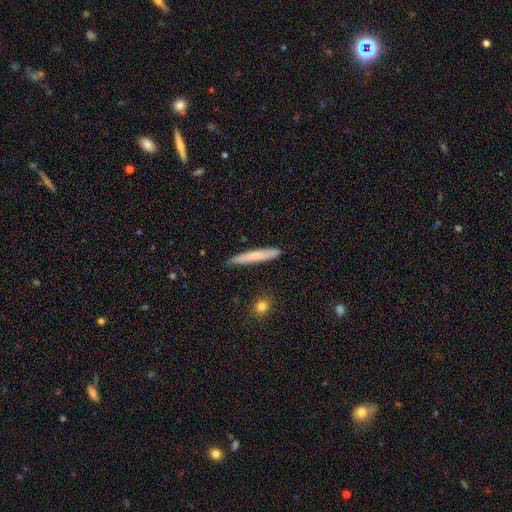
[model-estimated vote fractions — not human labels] Smooth or featured?
  - smooth: 68% *
  - featured or disk: 26%
  - star or artifact: 6%
How rounded?
  - cigar-shaped: 95% *
  - in between: 4%
  - round: 1%
Merging?
  - none: 86% *
  - minor disturbance: 11%
  - major disturbance: 2%
  - merger: 1%